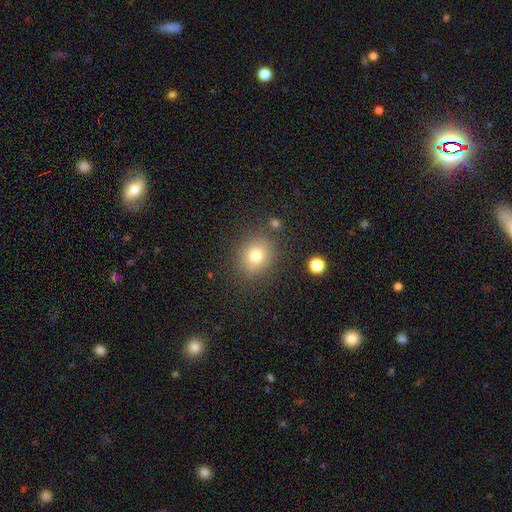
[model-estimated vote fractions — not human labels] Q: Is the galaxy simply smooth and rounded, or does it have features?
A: smooth — 77%.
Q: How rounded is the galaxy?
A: round — 69%.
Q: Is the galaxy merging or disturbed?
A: none — 83%.